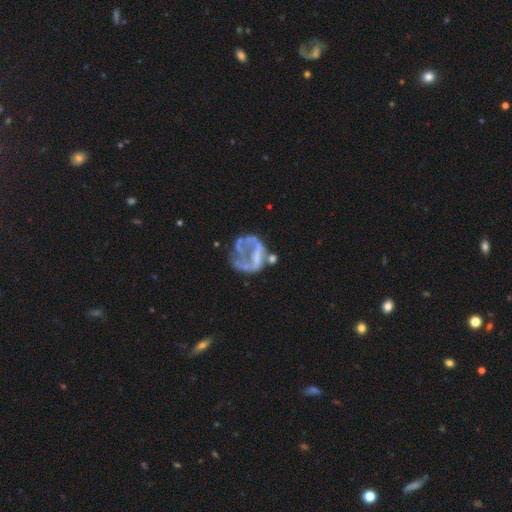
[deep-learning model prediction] smooth-or-featured: featured or disk: 65% | smooth: 22% | star or artifact: 13%
  disk-edge-on: no: 98% | yes: 2%
    bar: no: 73% | weak: 15% | strong: 12%
    has-spiral-arms: no: 82% | yes: 18%
    bulge-size: none: 74% | small: 12% | moderate: 10% | large: 3% | dominant: 1%
  merging: major disturbance: 37% | none: 36% | minor disturbance: 17% | merger: 10%